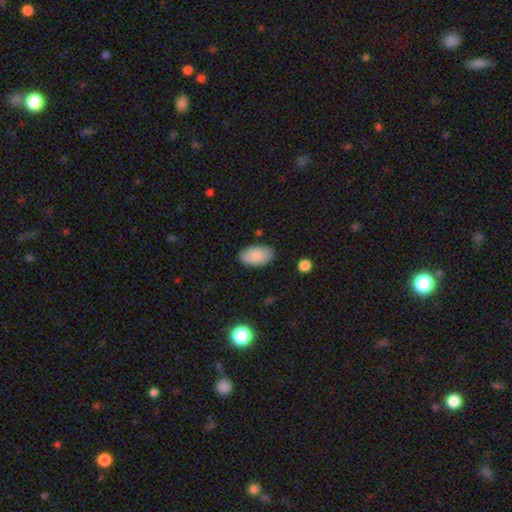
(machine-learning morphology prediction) Smooth or featured? smooth (82%)
How rounded? in between (94%)
Merging? none (82%)